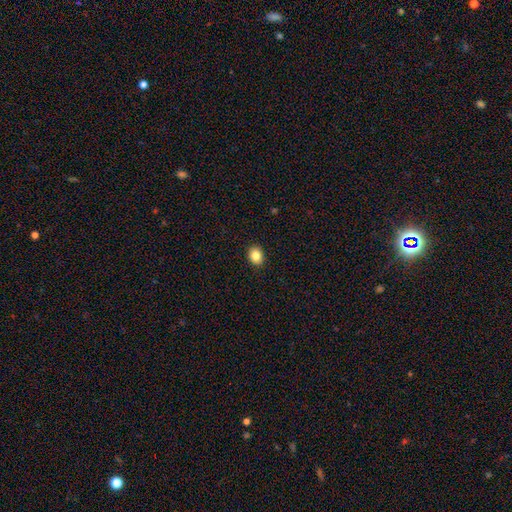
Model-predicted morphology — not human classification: Smooth or featured? Predicted: smooth (p=0.84). How rounded? Predicted: in between (p=0.50). Merging? Predicted: none (p=0.91).